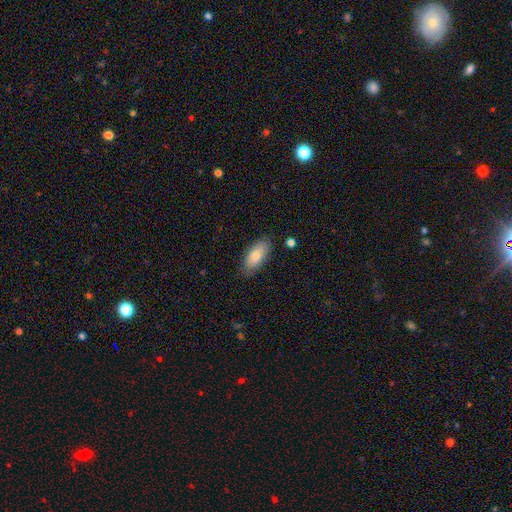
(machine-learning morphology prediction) smooth 79%, featured or disk 14%, star or artifact 6%. Down the decision tree: how rounded — in between (86%); merging — none (81%).